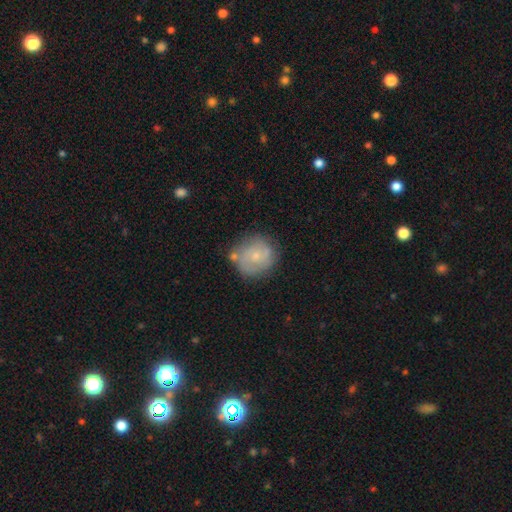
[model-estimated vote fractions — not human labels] smooth-or-featured: featured or disk: 51% | smooth: 41% | star or artifact: 7%
  disk-edge-on: no: 98% | yes: 2%
    bar: no: 74% | weak: 23% | strong: 3%
    has-spiral-arms: yes: 74% | no: 26%
    bulge-size: small: 69% | moderate: 25% | none: 4% | large: 1% | dominant: 1%
  merging: none: 65% | minor disturbance: 21% | merger: 8% | major disturbance: 7%